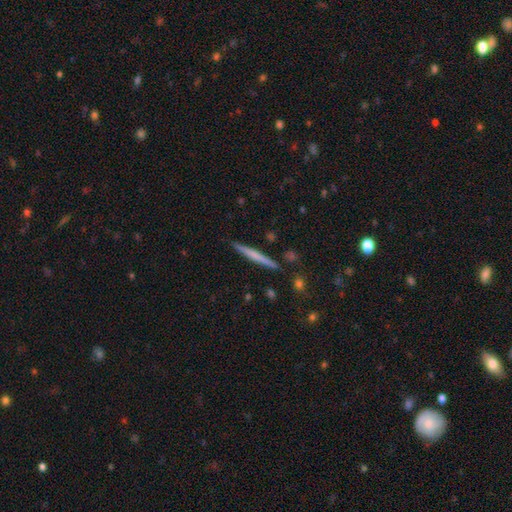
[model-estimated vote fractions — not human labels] smooth 50%, featured or disk 45%, star or artifact 6%. Down the decision tree: merging — none (90%).